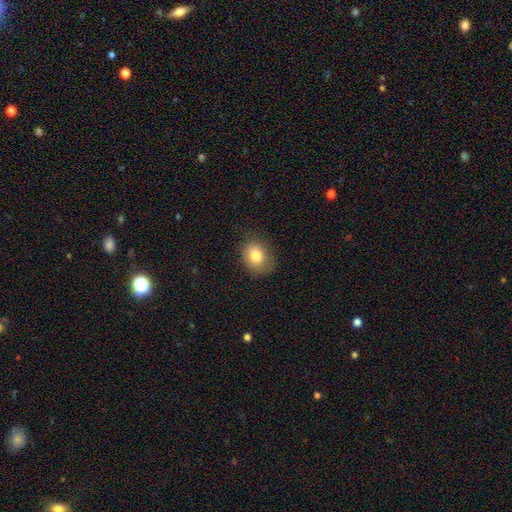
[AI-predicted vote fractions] Smooth or featured?
  - smooth: 81% *
  - star or artifact: 10%
  - featured or disk: 9%
How rounded?
  - round: 54% *
  - in between: 46%
  - cigar-shaped: 1%
Merging?
  - none: 80% *
  - minor disturbance: 15%
  - major disturbance: 4%
  - merger: 1%